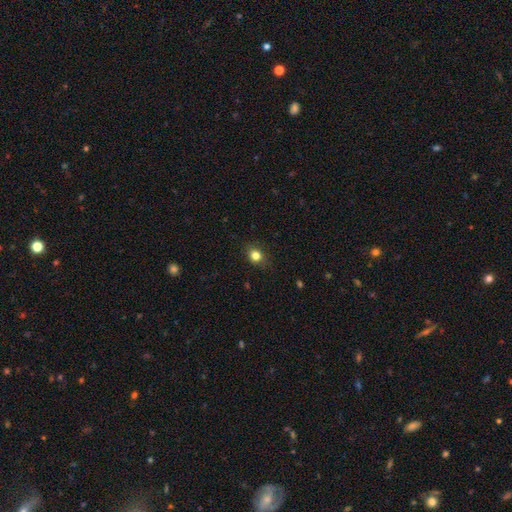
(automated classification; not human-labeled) A smooth galaxy with no disk features (81%) that is round (63%).

Vote fractions:
- Smooth or featured? smooth: 81% / star or artifact: 12% / featured or disk: 7%
- How rounded? round: 63% / in between: 36% / cigar-shaped: 1%
- Merging? none: 86% / minor disturbance: 11% / major disturbance: 3% / merger: 1%